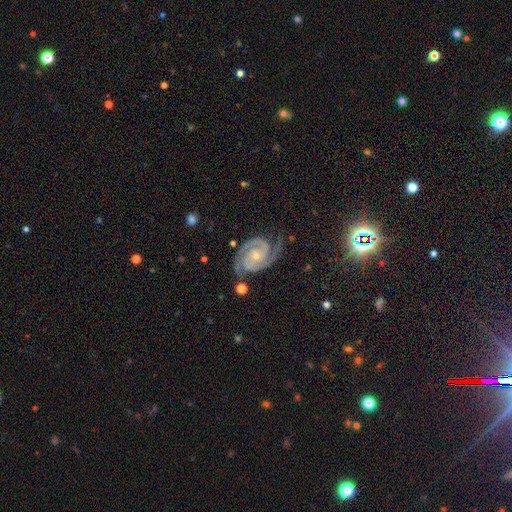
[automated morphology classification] This appears to be a featured or disk galaxy (93%) with no bar (65%), 2 (84%) tight (67%) spiral arms (99%) and a small central bulge (66%). Merging: none (76%).